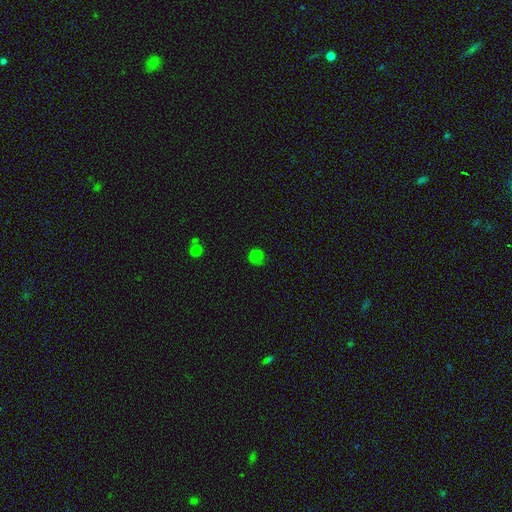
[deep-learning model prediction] Smooth or featured? smooth (61%)
How rounded? round (76%)
Merging? none (61%)